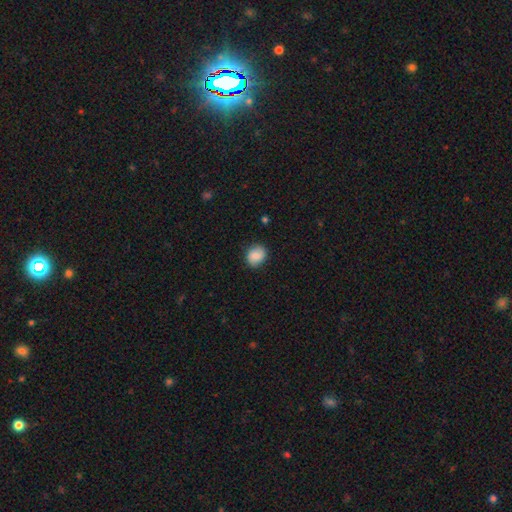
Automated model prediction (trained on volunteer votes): Morphology: type=smooth (81%); roundness=round (63%); merging=none (84%).